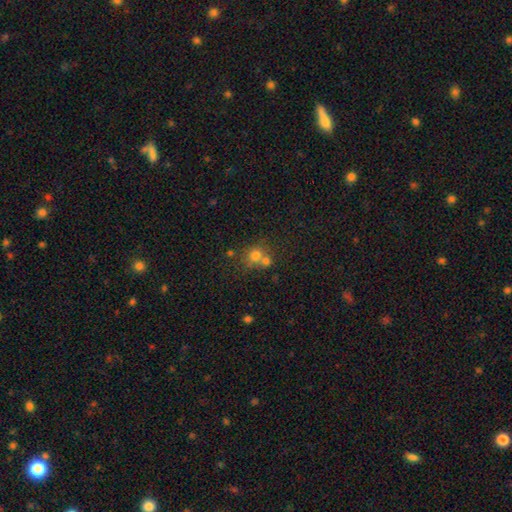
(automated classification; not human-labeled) A smooth galaxy with no disk features (71%) that is round (80%). Merging: none (44%, tied with merger).